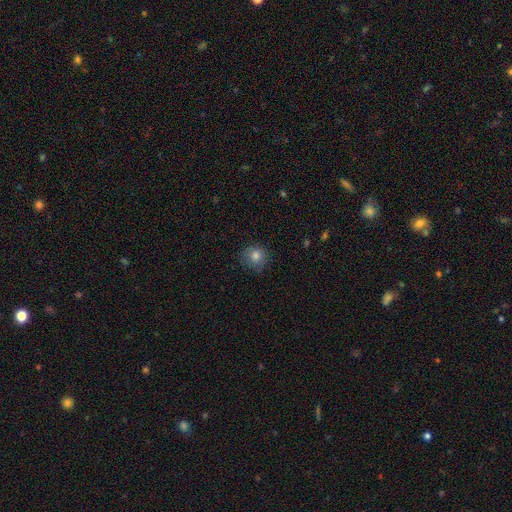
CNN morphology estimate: smooth-or-featured: smooth: 81% | star or artifact: 11% | featured or disk: 8%
  how-rounded: round: 85% | in between: 14% | cigar-shaped: 1%
  merging: none: 77% | minor disturbance: 17% | major disturbance: 4% | merger: 1%